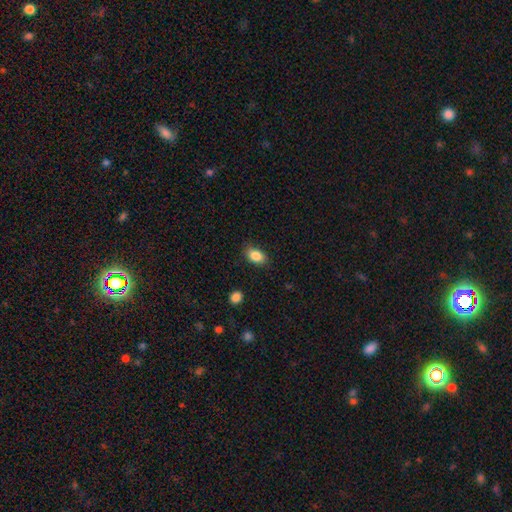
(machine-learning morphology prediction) Smooth or featured? smooth (87%)
How rounded? in between (86%)
Merging? none (83%)